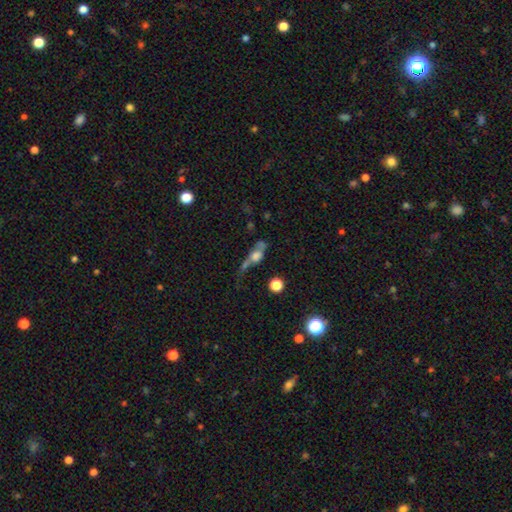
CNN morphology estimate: Smooth or featured?
  - smooth: 48% *
  - featured or disk: 38%
  - star or artifact: 14%
Merging?
  - major disturbance: 31% *
  - none: 27%
  - merger: 22%
  - minor disturbance: 19%